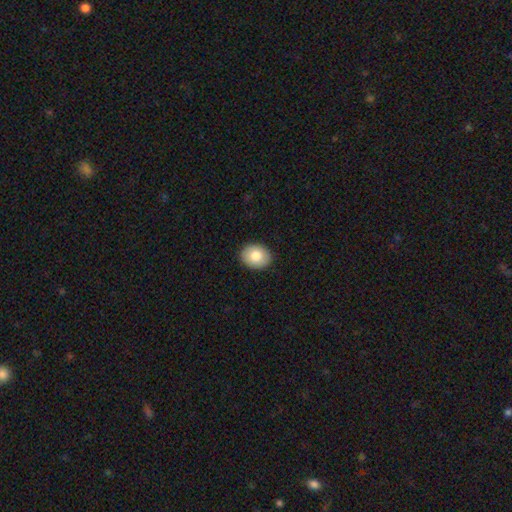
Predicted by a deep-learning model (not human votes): Smooth or featured?
  - smooth: 83% *
  - featured or disk: 10%
  - star or artifact: 7%
How rounded?
  - in between: 53% *
  - round: 46%
  - cigar-shaped: 1%
Merging?
  - none: 90% *
  - minor disturbance: 7%
  - major disturbance: 2%
  - merger: 1%